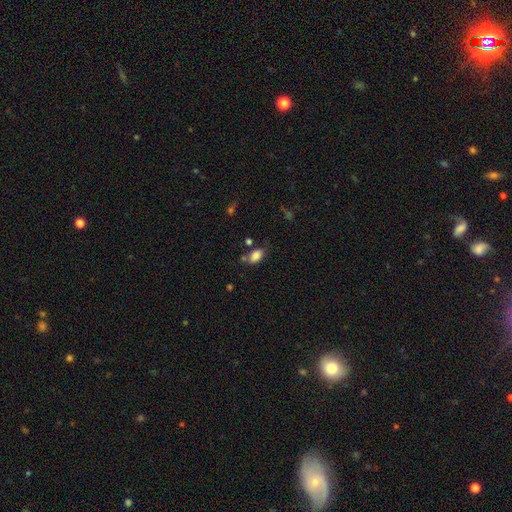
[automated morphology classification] Smooth or featured? smooth (85%)
How rounded? in between (89%)
Merging? none (61%)